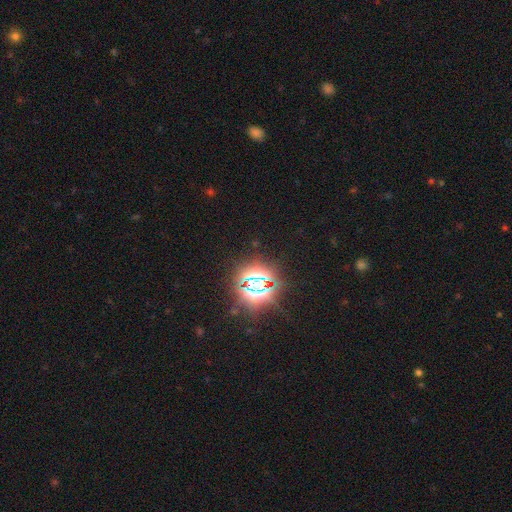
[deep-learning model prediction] Overall: star or artifact (83%).